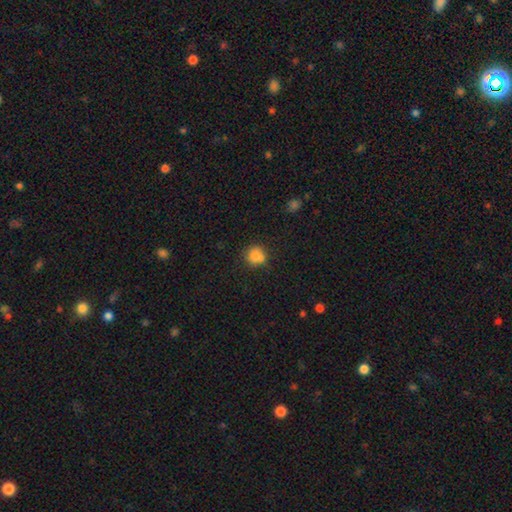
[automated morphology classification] The model was most divided on "merging": none: 61%, merger: 20%, minor disturbance: 14%, major disturbance: 4%. More confident: how rounded — round (87%); smooth or featured — smooth (80%).